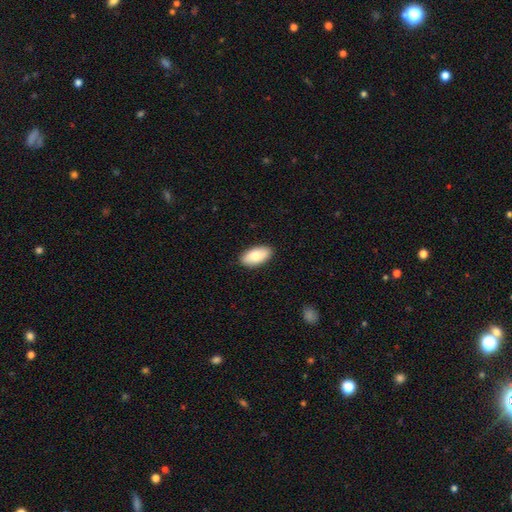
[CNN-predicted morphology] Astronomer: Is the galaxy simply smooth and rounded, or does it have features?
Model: smooth — 79%.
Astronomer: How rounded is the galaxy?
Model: in between — 94%.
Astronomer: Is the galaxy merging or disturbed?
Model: none — 89%.